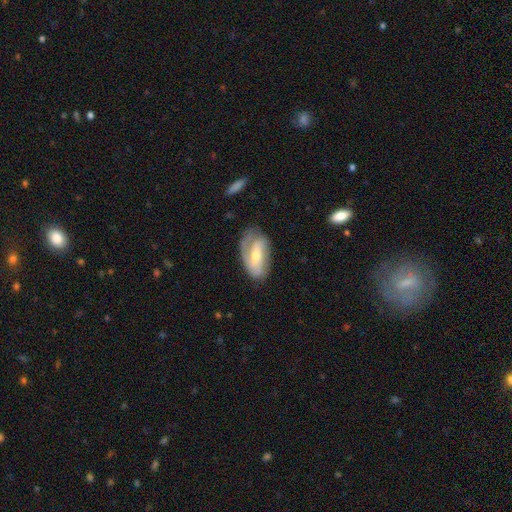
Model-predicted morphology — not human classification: Q: Smooth or featured?
A: featured or disk (69%); runner-up: smooth (26%)
Q: Edge-on disk?
A: no (93%); runner-up: yes (7%)
Q: Bar?
A: weak (38%); runner-up: no (34%)
Q: Spiral arms?
A: yes (85%); runner-up: no (15%)
Q: Spiral winding?
A: medium (40%); runner-up: tight (35%)
Q: Spiral arm count?
A: 2 (57%); runner-up: can't tell (18%)
Q: Bulge size?
A: small (49%); runner-up: moderate (46%)
Q: Merging?
A: none (62%); runner-up: minor disturbance (24%)